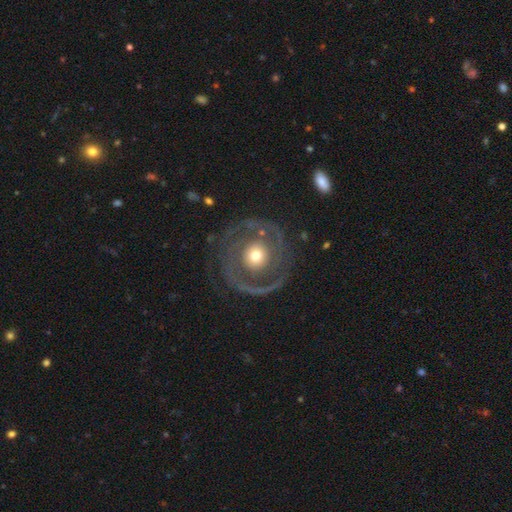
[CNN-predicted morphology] A featured or disk galaxy (77%) with no bar (82%), 2 (61%) tight (50%) spiral arms (74%) and a moderate central bulge (63%). Merging: none (73%).